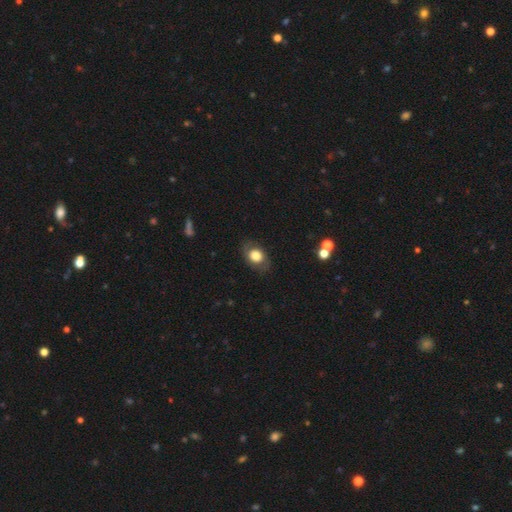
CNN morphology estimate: Overall: smooth (70%). How rounded: in between (67%; round 31%). Merging: none (78%).